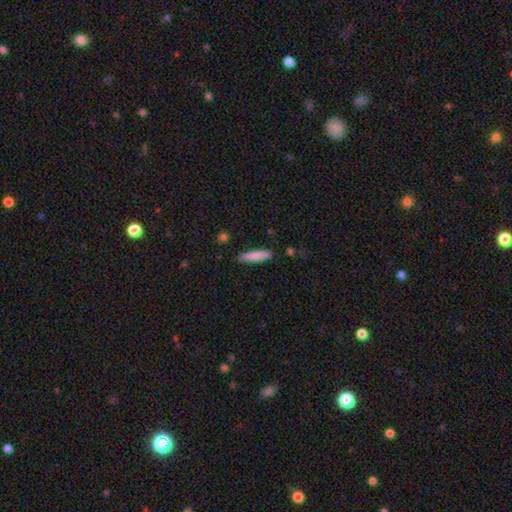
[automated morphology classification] Overall: smooth (82%). How rounded: cigar-shaped (83%). Merging: none (86%).